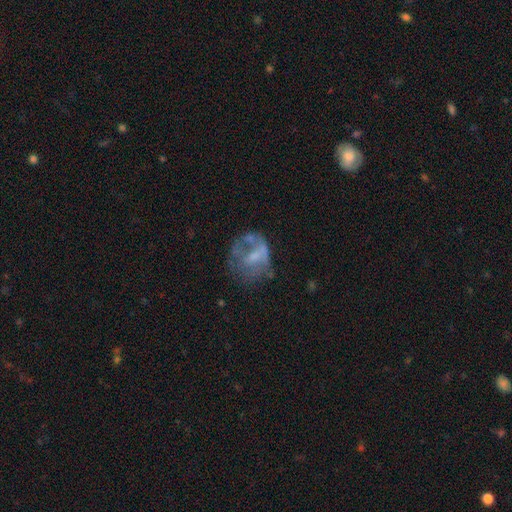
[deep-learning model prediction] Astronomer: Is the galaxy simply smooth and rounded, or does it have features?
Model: featured or disk — 53% (runner-up: smooth, 35%).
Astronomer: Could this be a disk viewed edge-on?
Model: no — 97%.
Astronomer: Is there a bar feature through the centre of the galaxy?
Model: no — 70%.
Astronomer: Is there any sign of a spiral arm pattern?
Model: no — 82%.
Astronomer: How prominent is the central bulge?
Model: none — 35% (runner-up: small, 31%).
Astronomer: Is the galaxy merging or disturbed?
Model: none — 39% (runner-up: major disturbance, 33%).